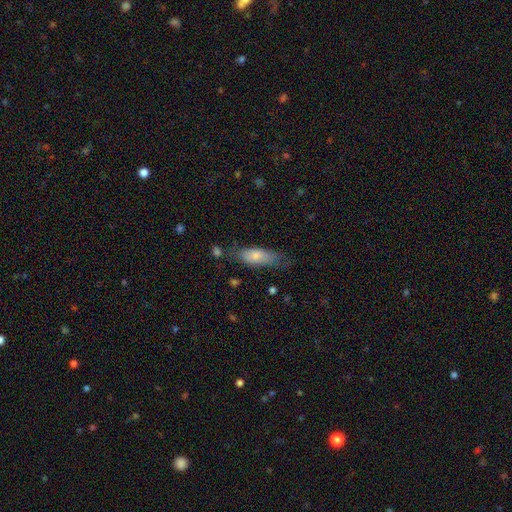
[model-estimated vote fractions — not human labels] smooth_or_featured: smooth (p=0.74) [alt: featured or disk p=0.19]
how_rounded: in between (p=0.69) [alt: cigar-shaped p=0.28]
merging: none (p=0.51) [alt: minor disturbance p=0.33]